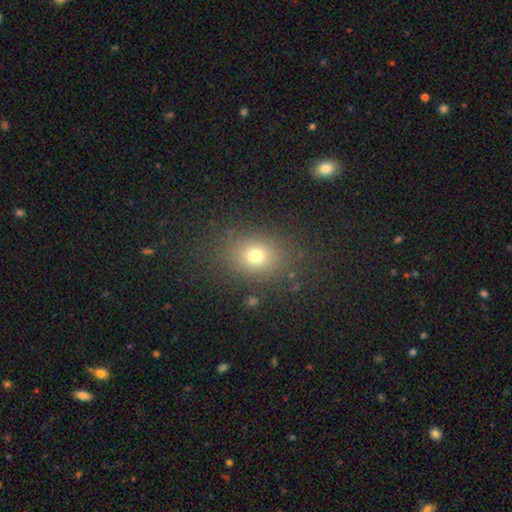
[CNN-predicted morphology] A smooth galaxy with no disk features (74%) that is in between round and cigar-shaped (52%).

Vote fractions:
- Smooth or featured? smooth: 74% / star or artifact: 16% / featured or disk: 10%
- How rounded? in between: 52% / round: 47% / cigar-shaped: 1%
- Merging? none: 83% / minor disturbance: 10% / major disturbance: 5% / merger: 2%